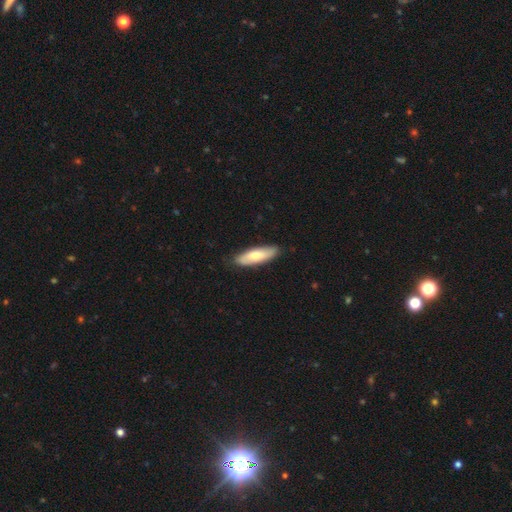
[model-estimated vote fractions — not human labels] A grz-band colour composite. It shows a smooth galaxy with no disk features (69%) that is in between round and cigar-shaped (52%). Merging: none (85%).